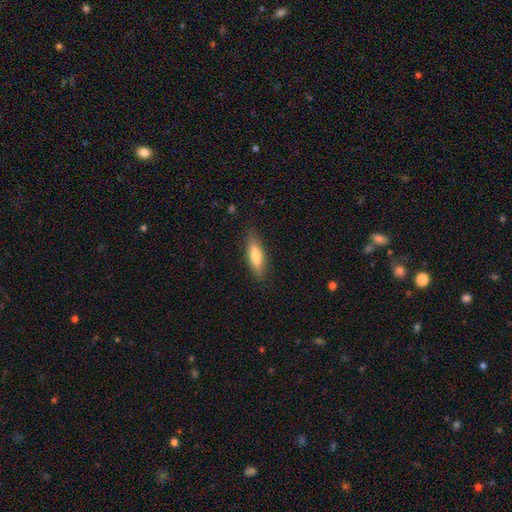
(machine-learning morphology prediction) Q: Smooth or featured?
A: smooth (72%); runner-up: featured or disk (22%)
Q: How rounded?
A: cigar-shaped (60%); runner-up: in between (38%)
Q: Merging?
A: none (84%); runner-up: minor disturbance (12%)